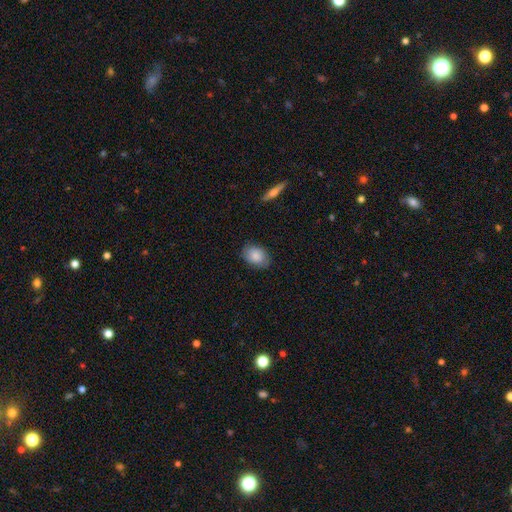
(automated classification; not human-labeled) smooth_or_featured: smooth (p=0.84) [alt: featured or disk p=0.09]
how_rounded: in between (p=0.81) [alt: round p=0.18]
merging: none (p=0.83) [alt: minor disturbance p=0.14]